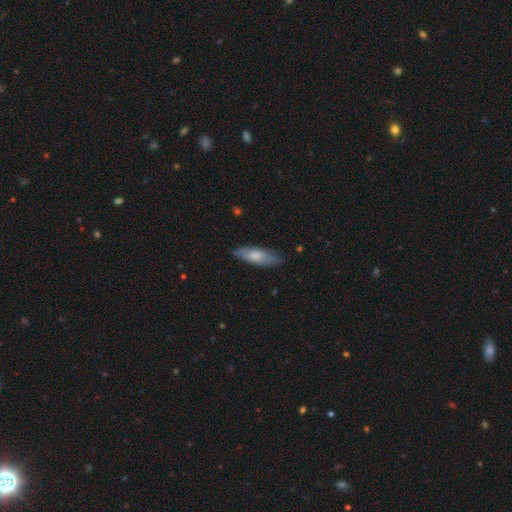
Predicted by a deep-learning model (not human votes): Smooth or featured? Predicted: smooth (p=0.67). How rounded? Predicted: in between (p=0.58). Merging? Predicted: none (p=0.78).